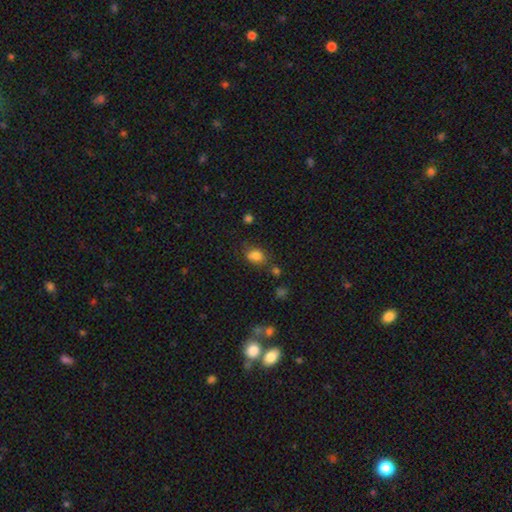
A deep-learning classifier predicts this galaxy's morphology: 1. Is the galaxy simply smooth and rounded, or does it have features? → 79% smooth, 13% star or artifact, 8% featured or disk.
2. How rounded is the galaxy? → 58% in between, 40% round, 1% cigar-shaped.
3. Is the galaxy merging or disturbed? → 59% none, 22% minor disturbance, 12% merger, 7% major disturbance.